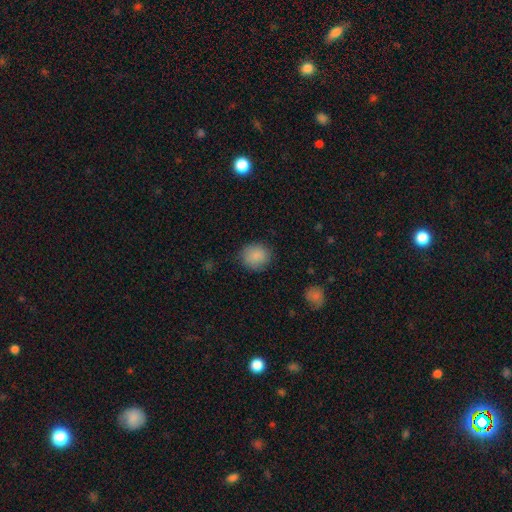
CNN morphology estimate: Smooth or featured? smooth (88%)
How rounded? round (81%)
Merging? none (83%)